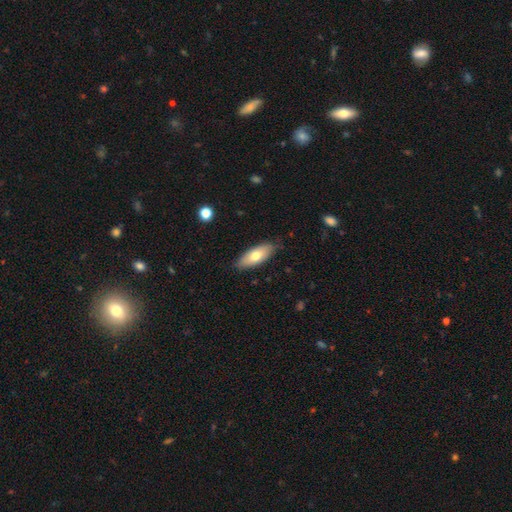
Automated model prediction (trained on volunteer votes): A smooth galaxy with no disk features (70%) that is in between round and cigar-shaped (78%).

Vote fractions:
- Smooth or featured? smooth: 70% / featured or disk: 24% / star or artifact: 6%
- How rounded? in between: 78% / cigar-shaped: 20% / round: 2%
- Merging? none: 83% / minor disturbance: 13% / major disturbance: 2% / merger: 1%